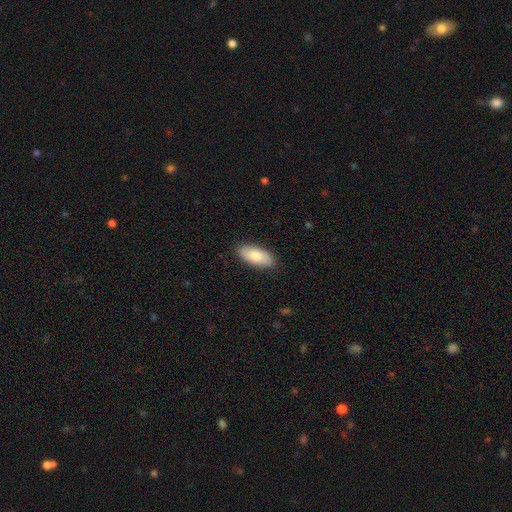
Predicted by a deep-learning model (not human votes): A smooth galaxy with no disk features (80%) that is in between round and cigar-shaped (87%).

Vote fractions:
- Smooth or featured? smooth: 80% / featured or disk: 14% / star or artifact: 5%
- How rounded? in between: 87% / cigar-shaped: 11% / round: 2%
- Merging? none: 88% / minor disturbance: 10% / major disturbance: 2% / merger: 1%